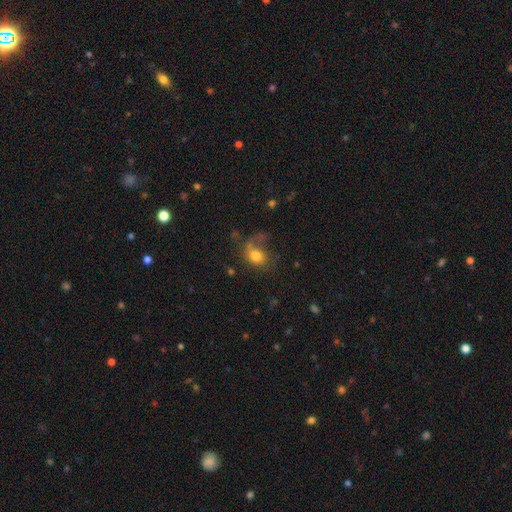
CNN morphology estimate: Smooth or featured: smooth — 67% (featured or disk — 22%)
How rounded: in between — 53% (round — 46%)
Merging: major disturbance — 37% (none — 36%)